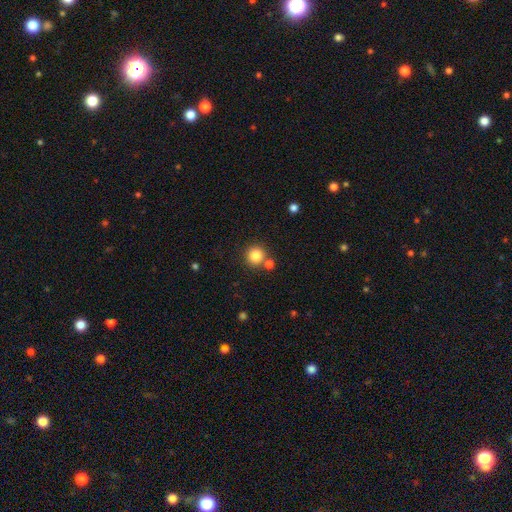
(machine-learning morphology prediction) A smooth galaxy with no disk features (84%) that is round (93%). Merging: none (76%).